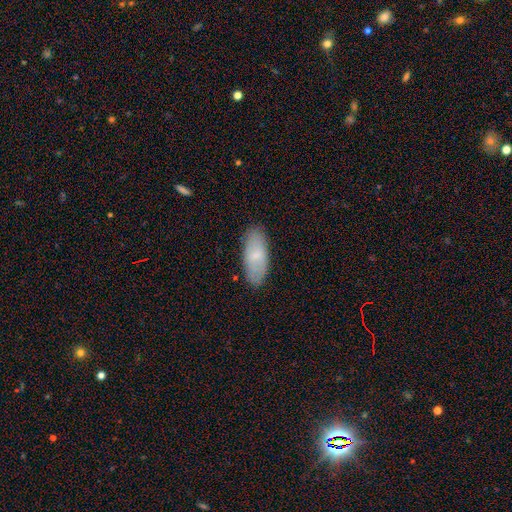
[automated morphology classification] smooth-or-featured: smooth: 72% | featured or disk: 21% | star or artifact: 6%
  how-rounded: in between: 84% | cigar-shaped: 14% | round: 2%
  merging: none: 85% | minor disturbance: 11% | major disturbance: 2% | merger: 1%